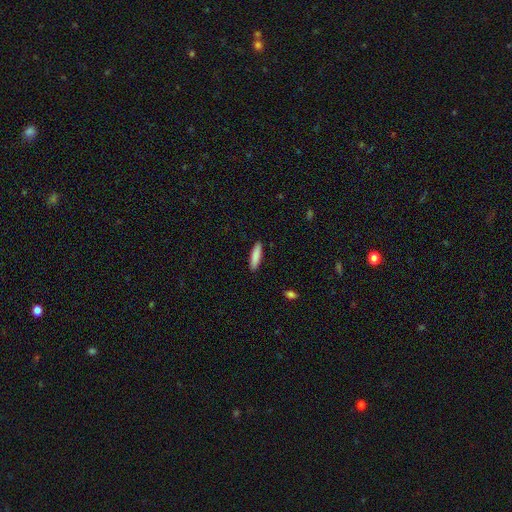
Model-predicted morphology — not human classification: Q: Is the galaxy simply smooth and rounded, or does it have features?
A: smooth — 86%.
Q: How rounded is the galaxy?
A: cigar-shaped — 75%.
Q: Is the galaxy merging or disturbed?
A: none — 90%.